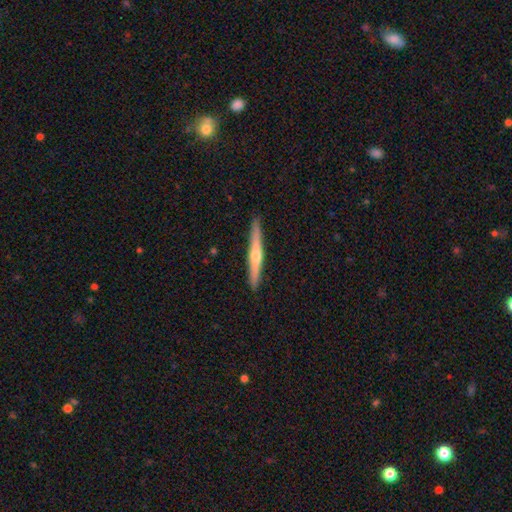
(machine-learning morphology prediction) Smooth or featured? featured or disk (61%)
Edge-on disk? yes (97%)
Edge-on bulge? rounded (80%)
Merging? none (91%)